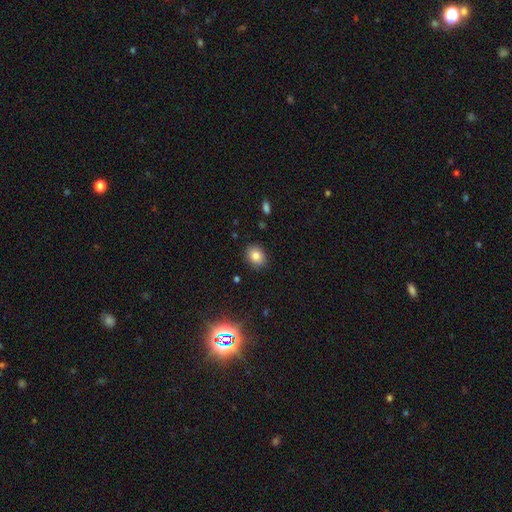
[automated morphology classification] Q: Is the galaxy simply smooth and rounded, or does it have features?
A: smooth — 80%.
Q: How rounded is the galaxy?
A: in between — 55%.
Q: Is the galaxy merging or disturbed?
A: none — 88%.